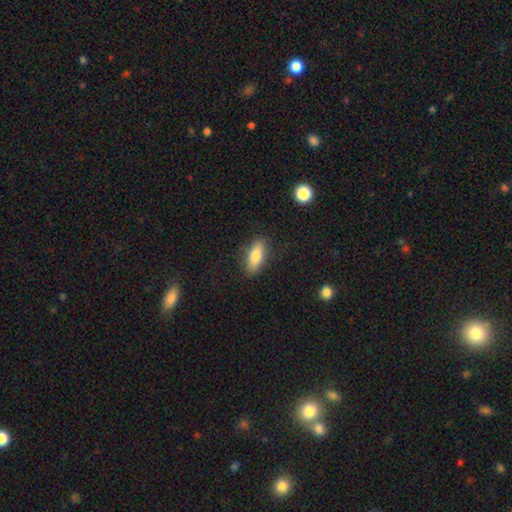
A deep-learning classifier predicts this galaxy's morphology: smooth 79%, featured or disk 14%, star or artifact 7%. Down the decision tree: how rounded — in between (73%); merging — none (85%).